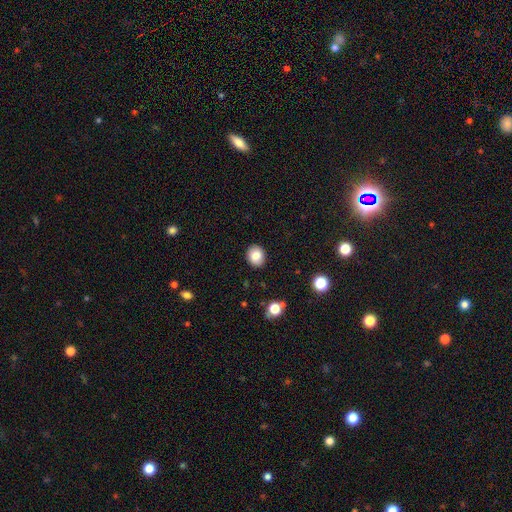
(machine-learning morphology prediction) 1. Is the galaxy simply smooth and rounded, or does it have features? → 83% smooth, 9% star or artifact, 8% featured or disk.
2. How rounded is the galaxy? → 60% round, 39% in between, 1% cigar-shaped.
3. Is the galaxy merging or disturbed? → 90% none, 7% minor disturbance, 2% major disturbance, 1% merger.